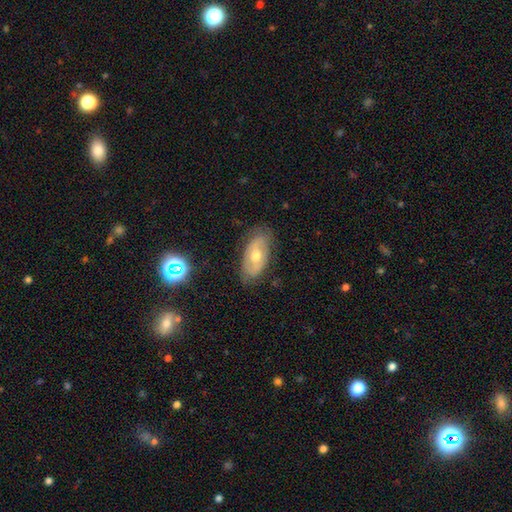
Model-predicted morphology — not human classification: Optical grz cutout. It shows a featured or disk galaxy (56%). Merging: none (78%).